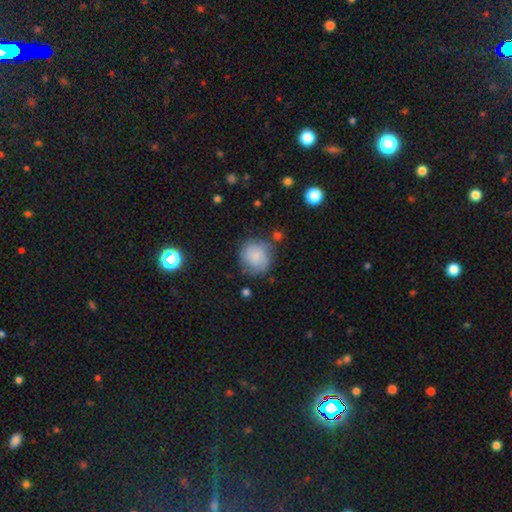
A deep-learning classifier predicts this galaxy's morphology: type=smooth (80%); roundness=round (86%); merging=none (66%).